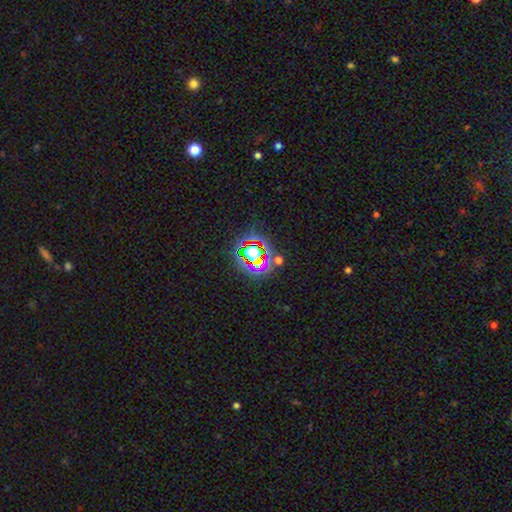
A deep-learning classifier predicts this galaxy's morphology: Smooth or featured?
  - star or artifact: 63% *
  - smooth: 22%
  - featured or disk: 15%